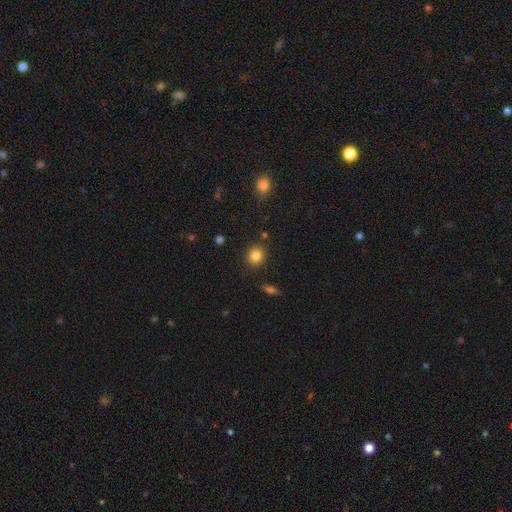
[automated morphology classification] Overall: smooth (84%). How rounded: round (84%). Merging: none (87%).